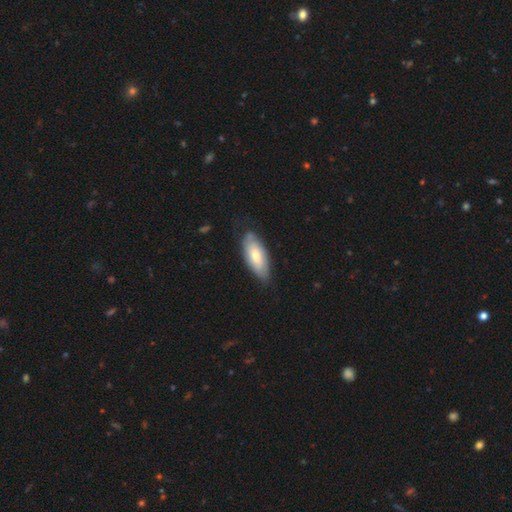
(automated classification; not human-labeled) A smooth galaxy with no disk features (61%) that is in between round and cigar-shaped (82%).

Vote fractions:
- Smooth or featured? smooth: 61% / featured or disk: 34% / star or artifact: 5%
- How rounded? in between: 82% / cigar-shaped: 16% / round: 2%
- Merging? none: 72% / minor disturbance: 22% / major disturbance: 4% / merger: 1%